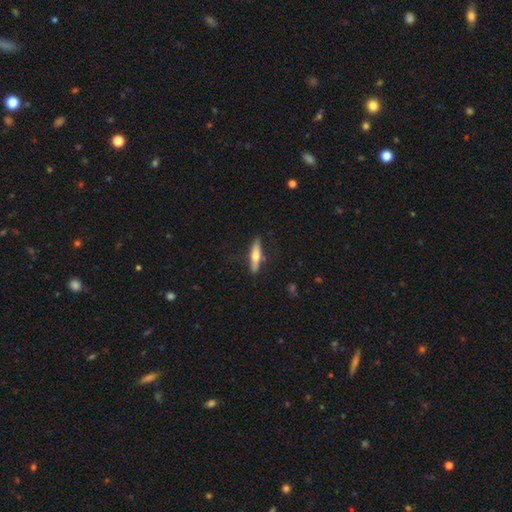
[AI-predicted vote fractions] A featured or disk galaxy (48%).

Vote fractions:
- Smooth or featured? featured or disk: 48% / smooth: 46% / star or artifact: 5%
- Merging? none: 84% / minor disturbance: 12% / major disturbance: 3% / merger: 2%